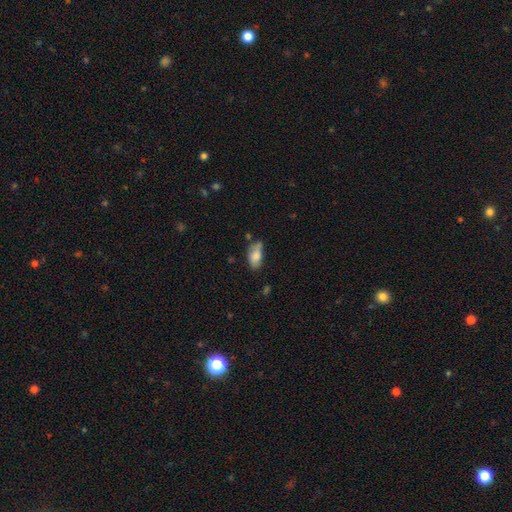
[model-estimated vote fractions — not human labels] smooth_or_featured: smooth (p=0.77) [alt: featured or disk p=0.16]
how_rounded: in between (p=0.89) [alt: cigar-shaped p=0.07]
merging: none (p=0.49) [alt: minor disturbance p=0.32]